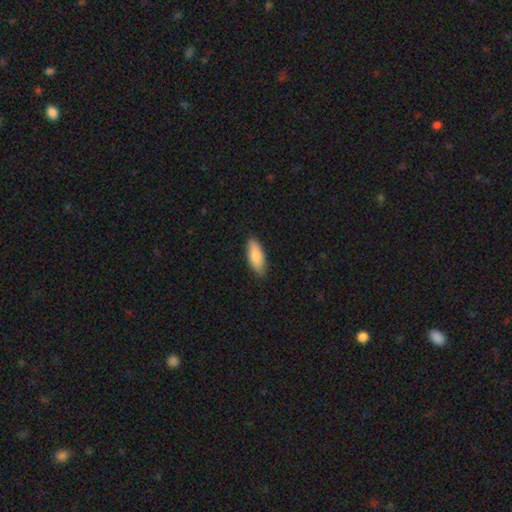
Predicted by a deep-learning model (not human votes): Smooth or featured? smooth (84%)
How rounded? in between (74%)
Merging? none (86%)